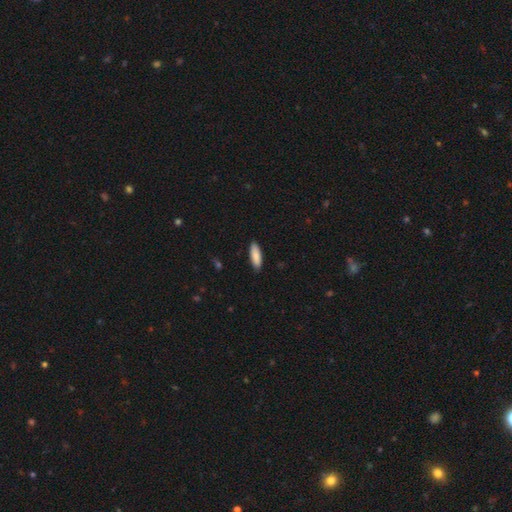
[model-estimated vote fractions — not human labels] smooth_or_featured: smooth (p=0.88) [alt: featured or disk p=0.06]
how_rounded: in between (p=0.57) [alt: cigar-shaped p=0.42]
merging: none (p=0.88) [alt: minor disturbance p=0.09]